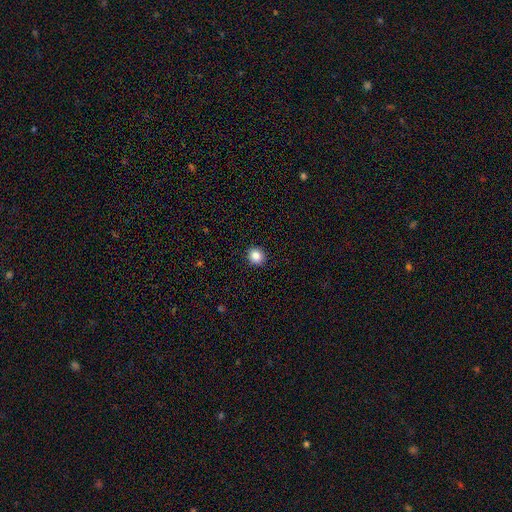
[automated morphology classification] A smooth galaxy with no disk features (86%) that is round (82%).

Vote fractions:
- Smooth or featured? smooth: 86% / star or artifact: 10% / featured or disk: 4%
- How rounded? round: 82% / in between: 18% / cigar-shaped: 1%
- Merging? none: 91% / minor disturbance: 6% / major disturbance: 2% / merger: 1%